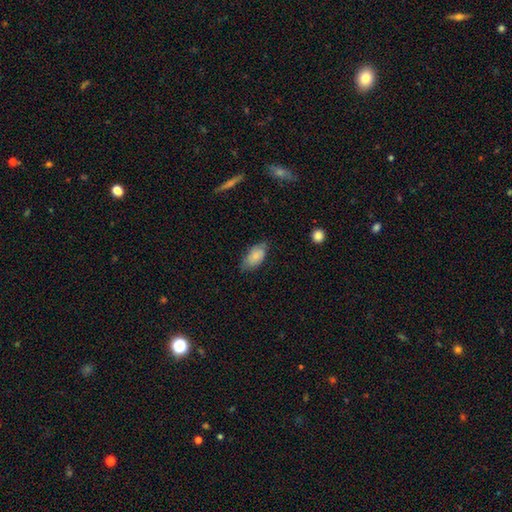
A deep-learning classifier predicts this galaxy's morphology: smooth-or-featured: smooth: 75% | featured or disk: 18% | star or artifact: 7%
  how-rounded: in between: 93% | round: 4% | cigar-shaped: 3%
  merging: none: 63% | minor disturbance: 29% | major disturbance: 6% | merger: 2%